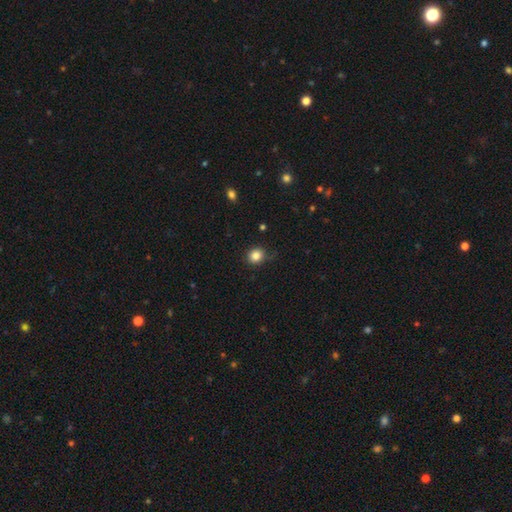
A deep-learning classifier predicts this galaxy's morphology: smooth 84%, star or artifact 11%, featured or disk 5%. Down the decision tree: how rounded — round (84%); merging — none (79%).